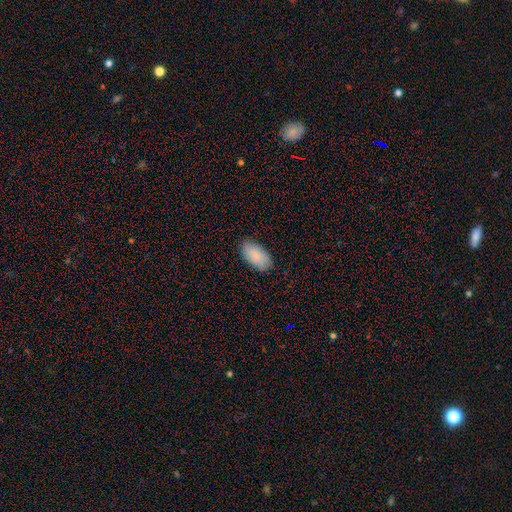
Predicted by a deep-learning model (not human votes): The model was most divided on "merging": none: 84%, minor disturbance: 12%, major disturbance: 2%, merger: 1%. More confident: how rounded — in between (95%); smooth or featured — smooth (88%).